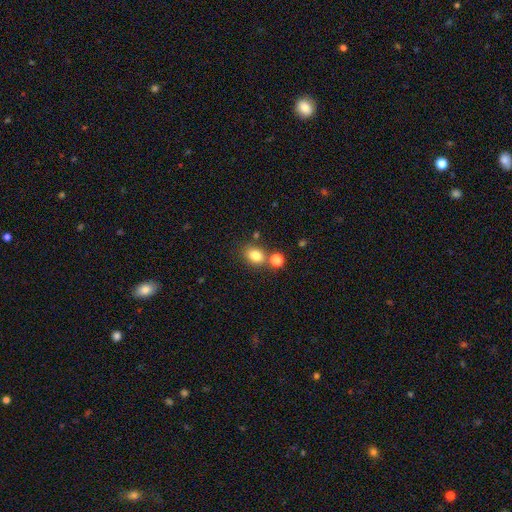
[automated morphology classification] smooth 81%, star or artifact 12%, featured or disk 7%. Down the decision tree: how rounded — in between (57%); merging — none (66%).